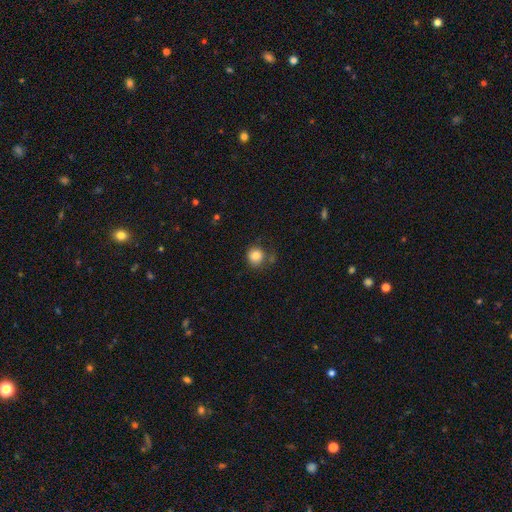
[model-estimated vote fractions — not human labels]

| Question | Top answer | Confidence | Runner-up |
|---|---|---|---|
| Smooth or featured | smooth | 83% | star or artifact (11%) |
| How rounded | round | 91% | in between (8%) |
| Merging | none | 72% | minor disturbance (17%) |